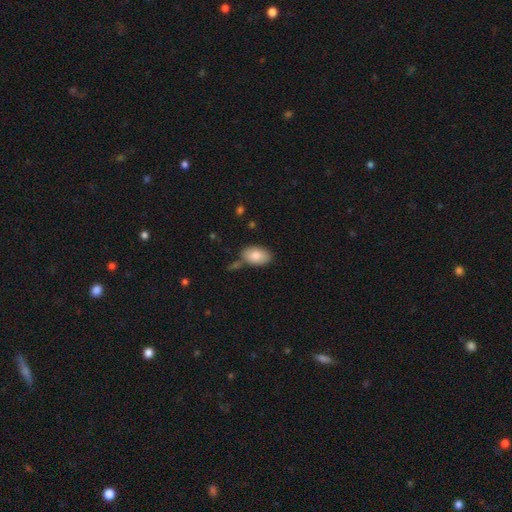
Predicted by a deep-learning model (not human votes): smooth-or-featured: smooth: 83% | featured or disk: 10% | star or artifact: 7%
  how-rounded: in between: 92% | round: 7% | cigar-shaped: 1%
  merging: none: 71% | minor disturbance: 15% | merger: 10% | major disturbance: 4%